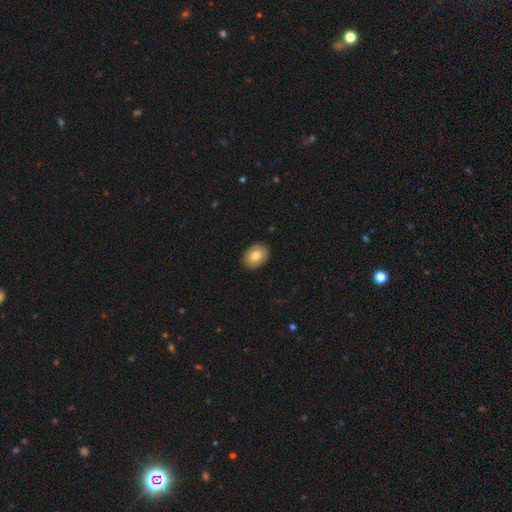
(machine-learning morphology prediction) A smooth galaxy with no disk features (79%) that is in between round and cigar-shaped (71%).

Vote fractions:
- Smooth or featured? smooth: 79% / featured or disk: 14% / star or artifact: 8%
- How rounded? in between: 71% / round: 28% / cigar-shaped: 1%
- Merging? none: 90% / minor disturbance: 8% / major disturbance: 2% / merger: 1%